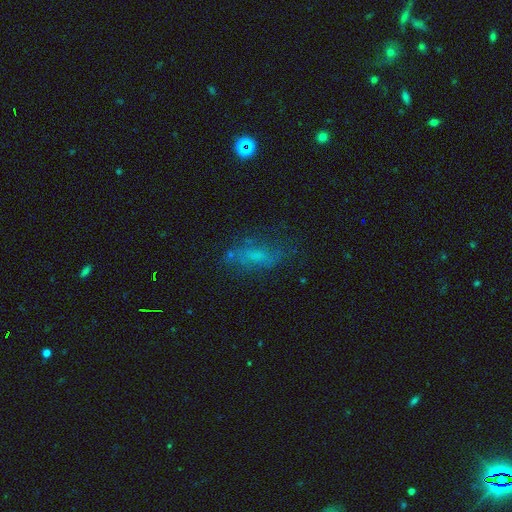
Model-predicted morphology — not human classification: Q: Smooth or featured?
A: smooth (50%); runner-up: featured or disk (31%)
Q: Merging?
A: none (55%); runner-up: minor disturbance (22%)